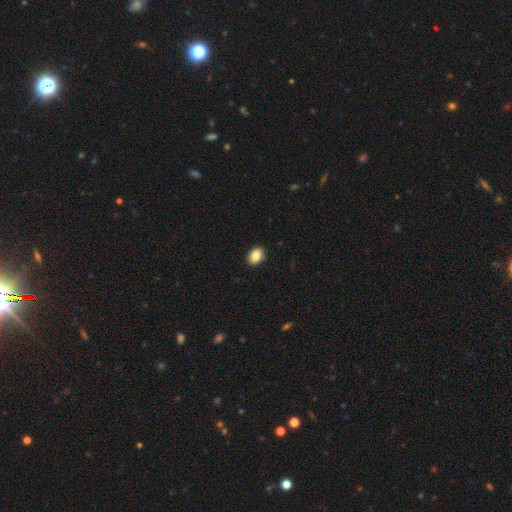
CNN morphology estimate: Smooth or featured?
  - smooth: 85% *
  - star or artifact: 8%
  - featured or disk: 6%
How rounded?
  - in between: 70% *
  - round: 29%
  - cigar-shaped: 1%
Merging?
  - none: 90% *
  - minor disturbance: 7%
  - major disturbance: 2%
  - merger: 1%